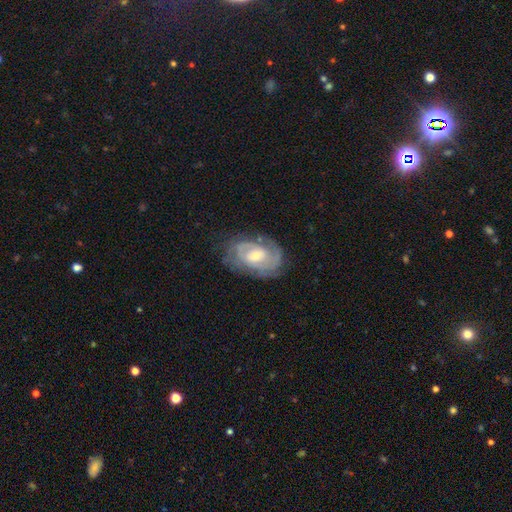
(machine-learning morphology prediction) Smooth or featured: featured or disk — 80% (smooth — 14%)
Edge-on disk: no — 96% (yes — 4%)
Bar: no — 48% (weak — 43%)
Spiral arms: yes — 90% (no — 10%)
Spiral winding: tight — 61% (medium — 31%)
Spiral arm count: 2 — 41% (can't tell — 35%)
Bulge size: moderate — 56% (small — 38%)
Merging: none — 68% (minor disturbance — 21%)